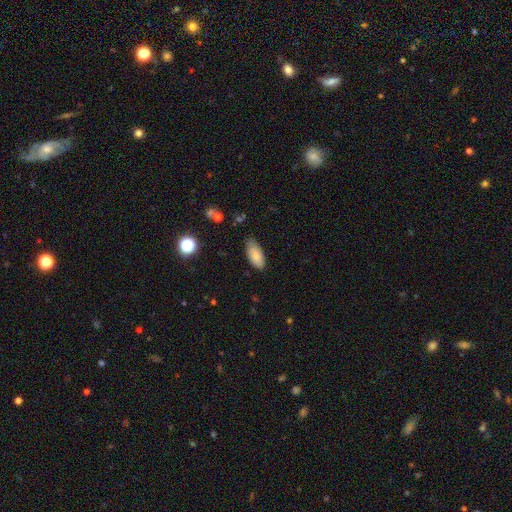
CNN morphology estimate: Overall: smooth (83%). How rounded: in between (90%). Merging: none (75%).